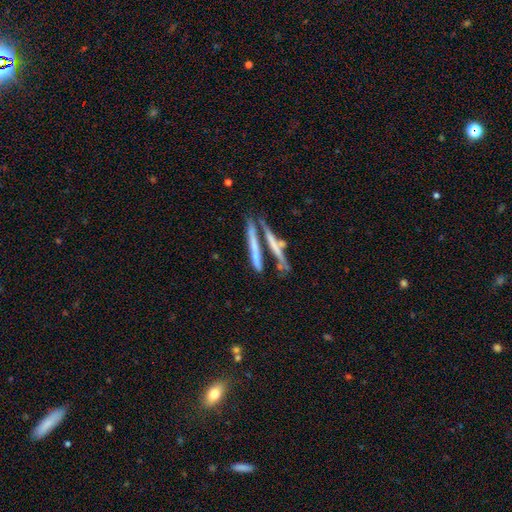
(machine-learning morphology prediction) smooth-or-featured: featured or disk: 49% | smooth: 36% | star or artifact: 15%
  merging: none: 61% | merger: 23% | minor disturbance: 11% | major disturbance: 6%